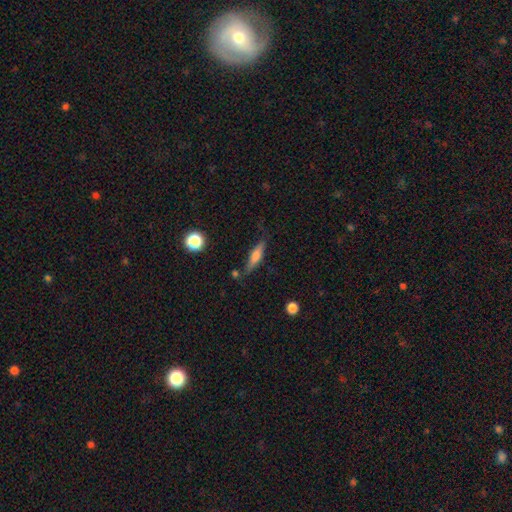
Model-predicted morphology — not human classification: Overall: smooth (51%; featured or disk 41%). How rounded: cigar-shaped (71%). Merging: none (74%).